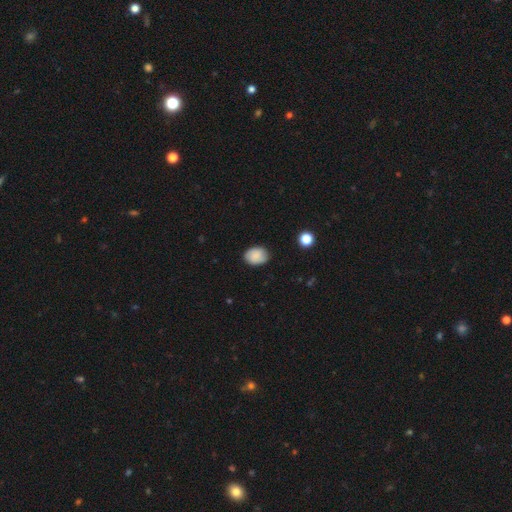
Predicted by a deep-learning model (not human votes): Morphology: type=smooth (84%); roundness=in between (62%); merging=none (81%).